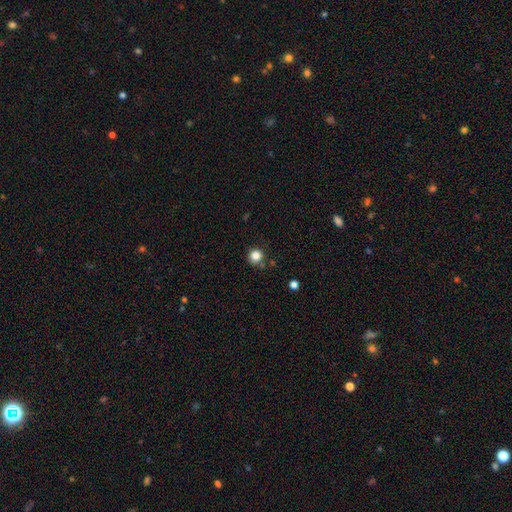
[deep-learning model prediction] smooth-or-featured: smooth: 84% | star or artifact: 12% | featured or disk: 4%
  how-rounded: round: 94% | in between: 5% | cigar-shaped: 1%
  merging: none: 82% | minor disturbance: 10% | merger: 4% | major disturbance: 3%